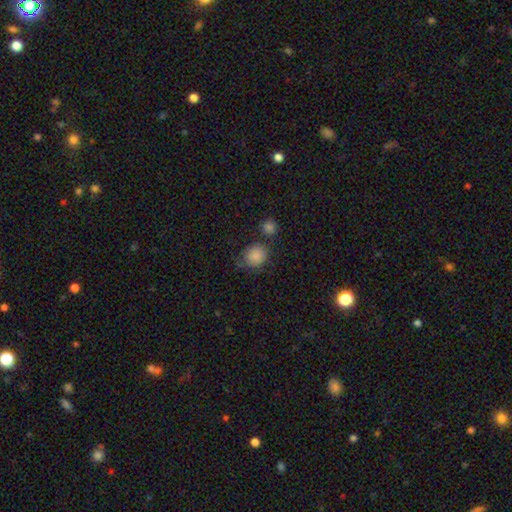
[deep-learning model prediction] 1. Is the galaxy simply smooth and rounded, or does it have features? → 84% smooth, 10% star or artifact, 6% featured or disk.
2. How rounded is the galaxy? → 75% round, 24% in between, 1% cigar-shaped.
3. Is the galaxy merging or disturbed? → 65% none, 19% minor disturbance, 11% merger, 6% major disturbance.